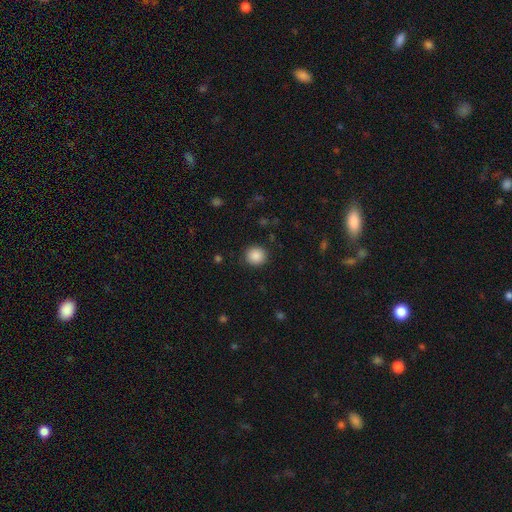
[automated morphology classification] Q: Smooth or featured?
A: smooth (88%); runner-up: star or artifact (9%)
Q: How rounded?
A: round (91%); runner-up: in between (8%)
Q: Merging?
A: none (90%); runner-up: minor disturbance (6%)